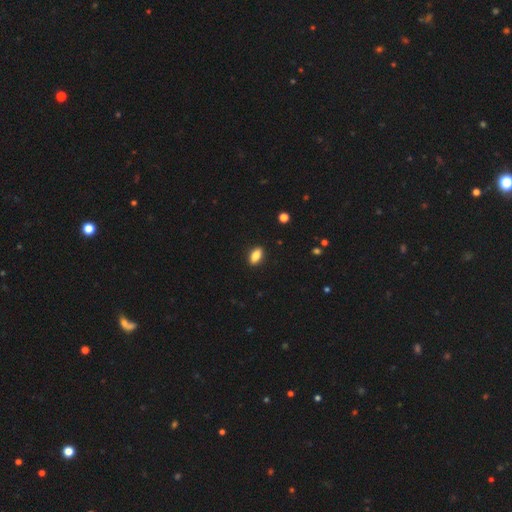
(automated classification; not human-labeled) Smooth or featured? smooth (86%)
How rounded? in between (87%)
Merging? none (89%)